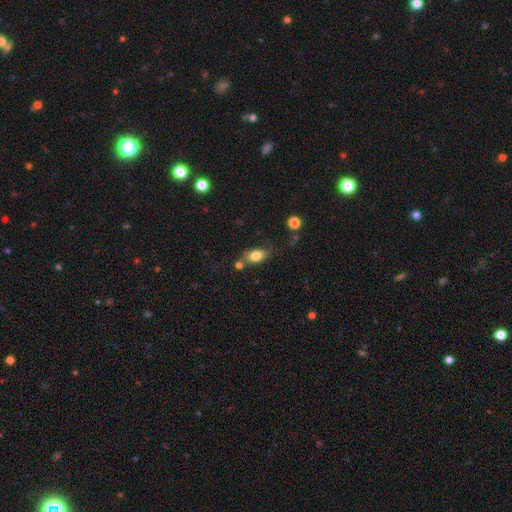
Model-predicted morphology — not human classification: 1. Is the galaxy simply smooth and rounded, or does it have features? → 81% smooth, 11% featured or disk, 8% star or artifact.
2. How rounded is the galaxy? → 81% in between, 15% round, 4% cigar-shaped.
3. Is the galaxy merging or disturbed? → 59% none, 21% minor disturbance, 13% merger, 7% major disturbance.